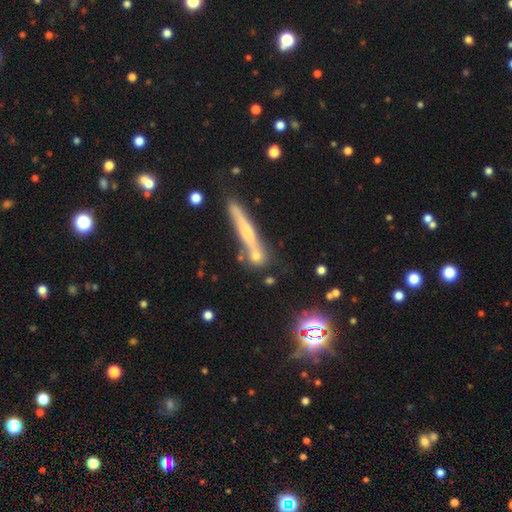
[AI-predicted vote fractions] Smooth or featured: smooth — 63% (featured or disk — 26%)
How rounded: cigar-shaped — 46% (round — 36%)
Merging: none — 64% (merger — 17%)